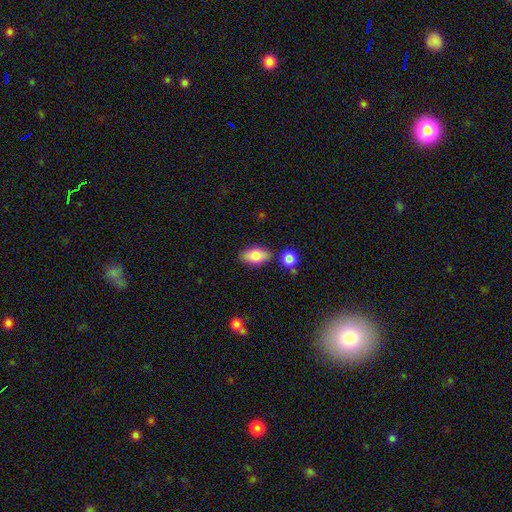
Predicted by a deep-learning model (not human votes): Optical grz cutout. It shows a smooth galaxy with no disk features (81%) that is in between round and cigar-shaped (90%). Merging: none (77%).